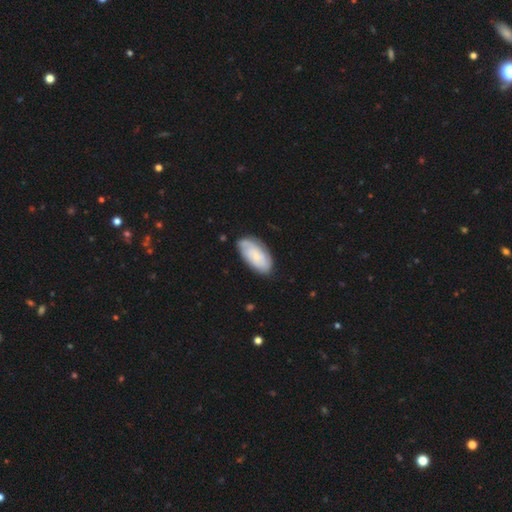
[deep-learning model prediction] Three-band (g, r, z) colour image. It shows a smooth galaxy with no disk features (50%). Merging: none (74%).